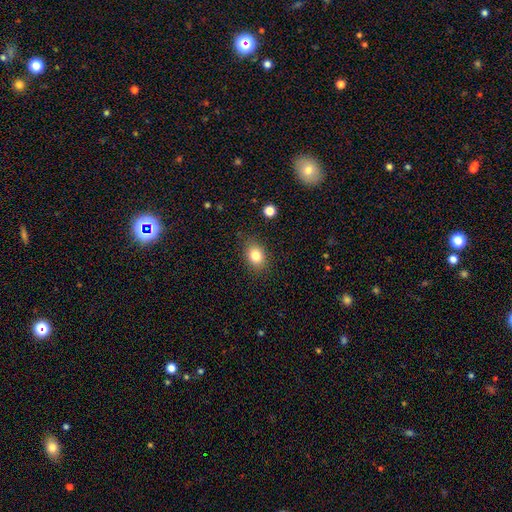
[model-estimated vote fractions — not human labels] smooth_or_featured: smooth (p=0.82) [alt: star or artifact p=0.10]
how_rounded: in between (p=0.65) [alt: round p=0.34]
merging: none (p=0.83) [alt: minor disturbance p=0.12]